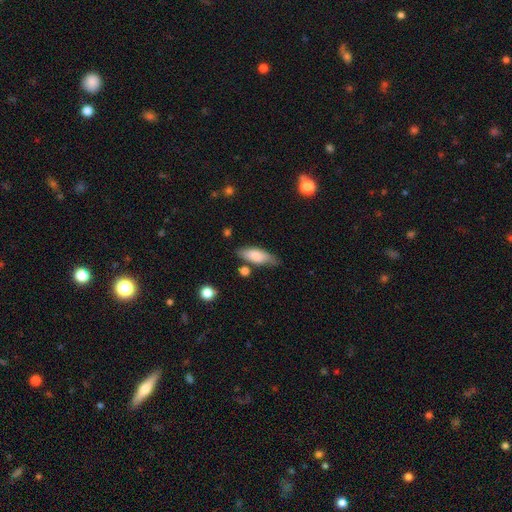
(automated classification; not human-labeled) Q: Smooth or featured?
A: smooth (77%); runner-up: featured or disk (17%)
Q: How rounded?
A: in between (69%); runner-up: cigar-shaped (29%)
Q: Merging?
A: none (69%); runner-up: minor disturbance (21%)